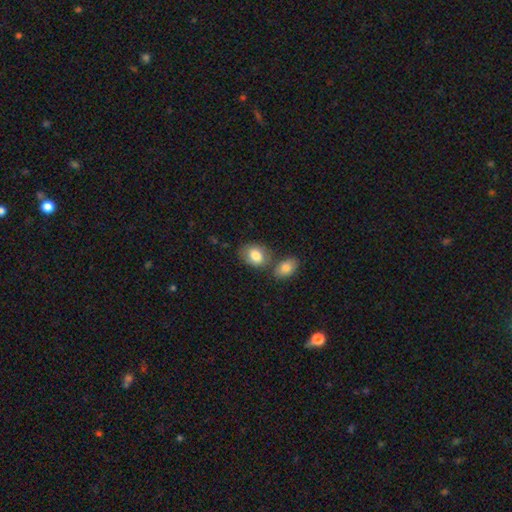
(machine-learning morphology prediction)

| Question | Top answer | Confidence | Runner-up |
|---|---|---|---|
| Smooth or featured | smooth | 82% | featured or disk (11%) |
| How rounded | in between | 74% | round (25%) |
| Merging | none | 58% | merger (24%) |